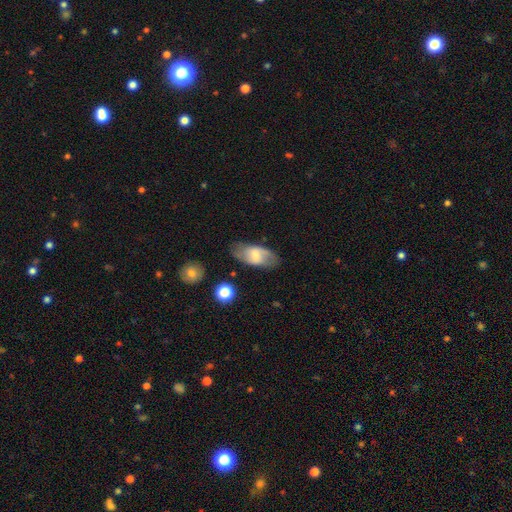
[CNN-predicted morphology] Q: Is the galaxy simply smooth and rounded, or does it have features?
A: smooth — 50%.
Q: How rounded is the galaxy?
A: in between — 89%.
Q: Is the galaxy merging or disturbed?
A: none — 76%.